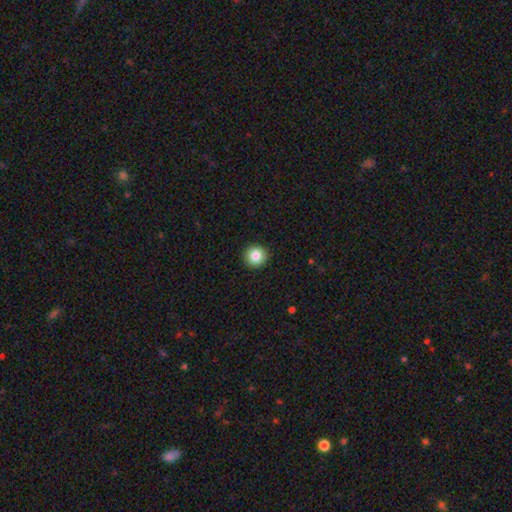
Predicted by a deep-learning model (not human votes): Smooth or featured? Predicted: smooth (p=0.84). How rounded? Predicted: round (p=0.95). Merging? Predicted: none (p=0.92).